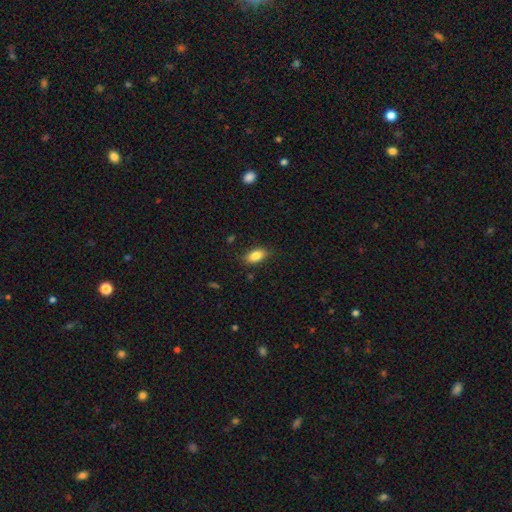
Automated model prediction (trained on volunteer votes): This is clearly a smooth galaxy (84%). How rounded: clearly in between (89%). Merging: clearly none (83%).